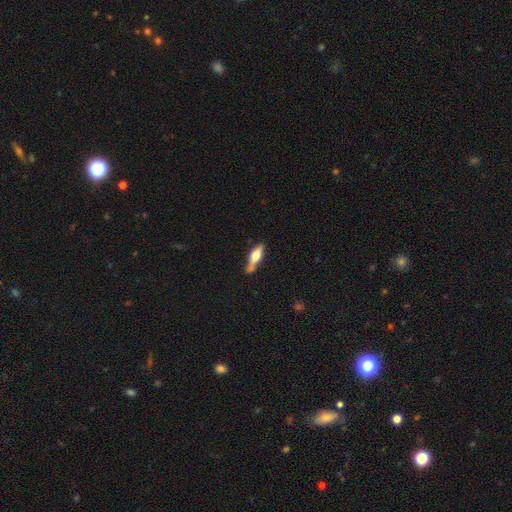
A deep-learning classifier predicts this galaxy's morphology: This is possibly a smooth galaxy (50%). How rounded: possibly cigar-shaped (51%). Merging: likely none (63%).